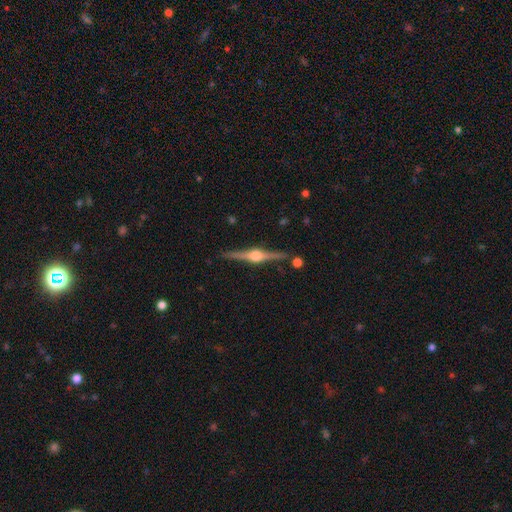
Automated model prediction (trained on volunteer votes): Overall: featured or disk (87%). Edge-on disk: yes (98%). Edge-on bulge: rounded (94%). Merging: none (90%).